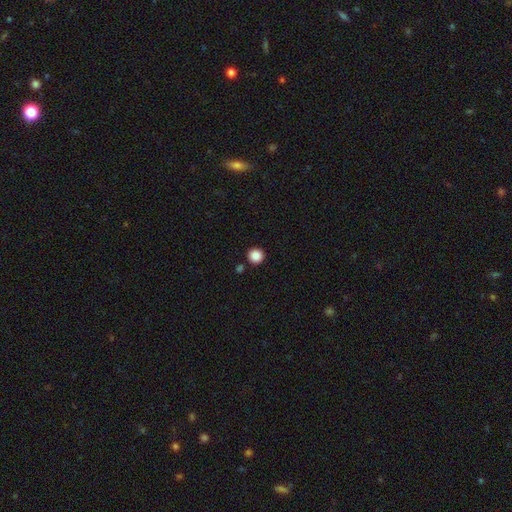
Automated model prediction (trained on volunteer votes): smooth_or_featured: smooth (p=0.87) [alt: star or artifact p=0.10]
how_rounded: round (p=0.95) [alt: in between p=0.04]
merging: none (p=0.90) [alt: minor disturbance p=0.05]